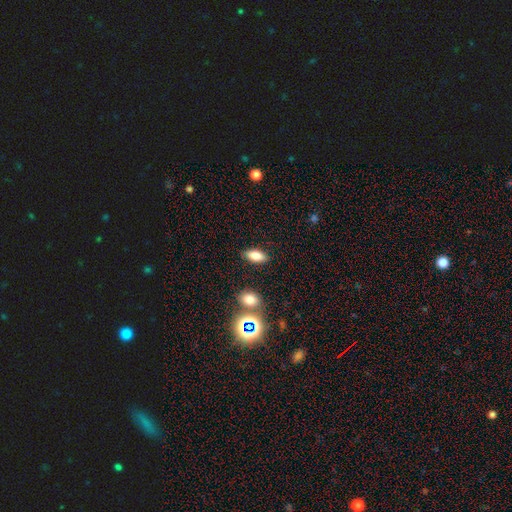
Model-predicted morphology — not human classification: The model was most divided on "smooth or featured": smooth: 79%, star or artifact: 11%, featured or disk: 11%. More confident: merging — none (86%); how rounded — in between (84%).